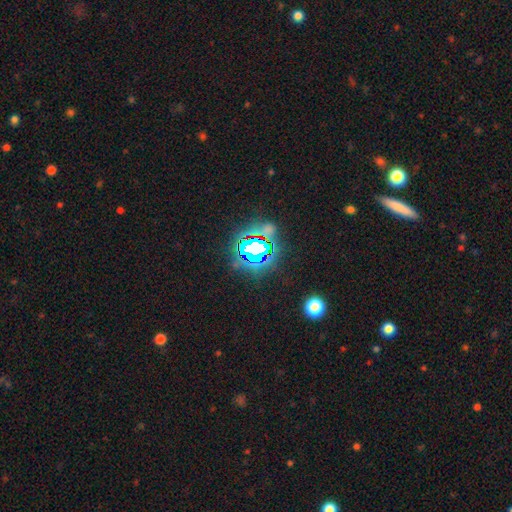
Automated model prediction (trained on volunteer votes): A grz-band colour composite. It shows a star or artifact, not a galaxy (72%).